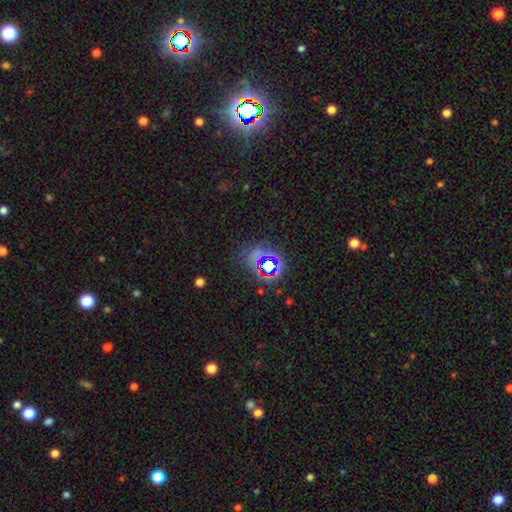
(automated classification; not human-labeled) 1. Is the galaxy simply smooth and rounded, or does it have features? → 61% star or artifact, 29% smooth, 10% featured or disk.